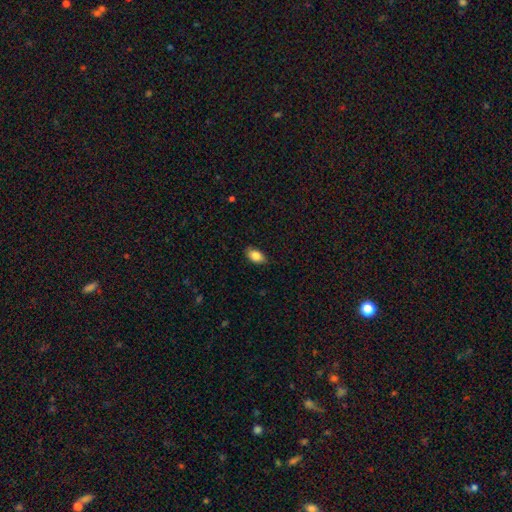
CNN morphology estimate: type=smooth (85%); roundness=in between (88%); merging=none (82%).